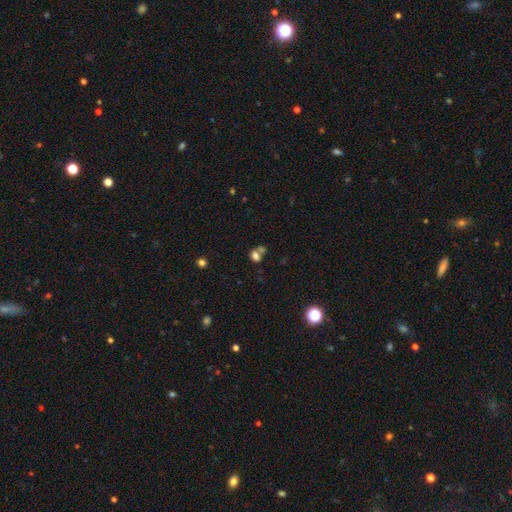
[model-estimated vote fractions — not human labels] Morphology: type=smooth (72%); roundness=in between (68%); merging=merger (48%).